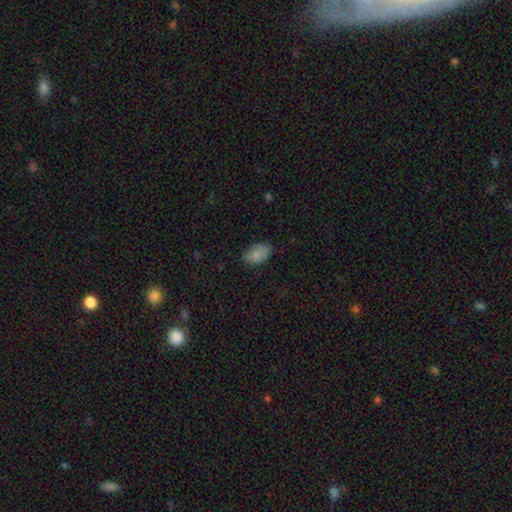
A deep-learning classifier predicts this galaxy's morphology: smooth_or_featured: smooth (p=0.86) [alt: star or artifact p=0.08]
how_rounded: in between (p=0.91) [alt: round p=0.07]
merging: none (p=0.77) [alt: minor disturbance p=0.18]